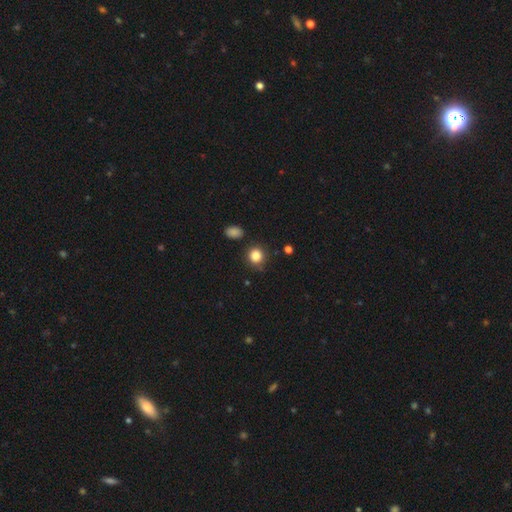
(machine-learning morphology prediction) smooth-or-featured: smooth: 85% | star or artifact: 11% | featured or disk: 5%
  how-rounded: round: 85% | in between: 14% | cigar-shaped: 1%
  merging: none: 83% | minor disturbance: 11% | merger: 3% | major disturbance: 3%